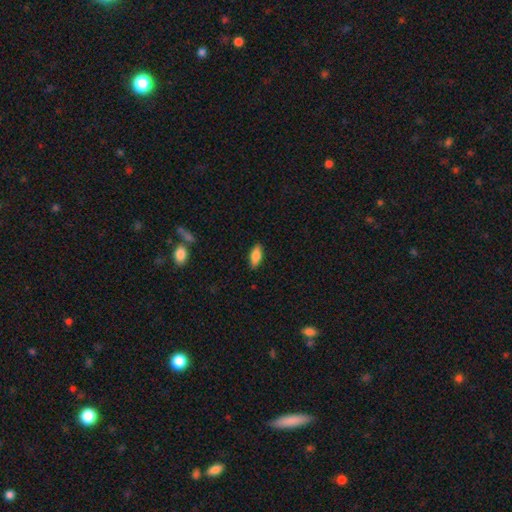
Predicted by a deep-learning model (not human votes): Smooth or featured? Predicted: smooth (p=0.81). How rounded? Predicted: in between (p=0.79). Merging? Predicted: none (p=0.87).